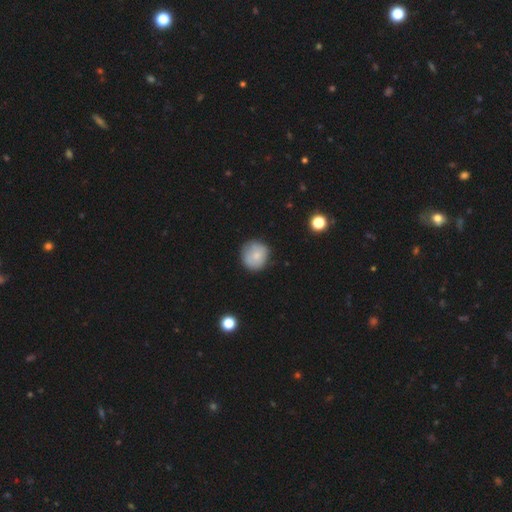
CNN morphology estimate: Smooth or featured?
  - smooth: 77% *
  - featured or disk: 15%
  - star or artifact: 8%
How rounded?
  - round: 88% *
  - in between: 11%
  - cigar-shaped: 1%
Merging?
  - none: 79% *
  - minor disturbance: 16%
  - major disturbance: 3%
  - merger: 2%